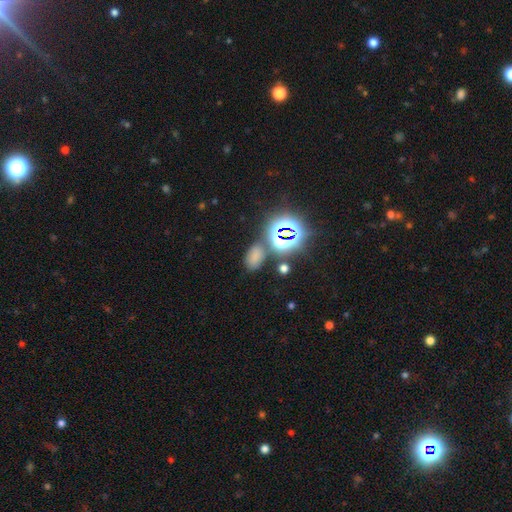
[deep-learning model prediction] A smooth galaxy with no disk features (60%) that is in between round and cigar-shaped (85%). Merging: none (67%).